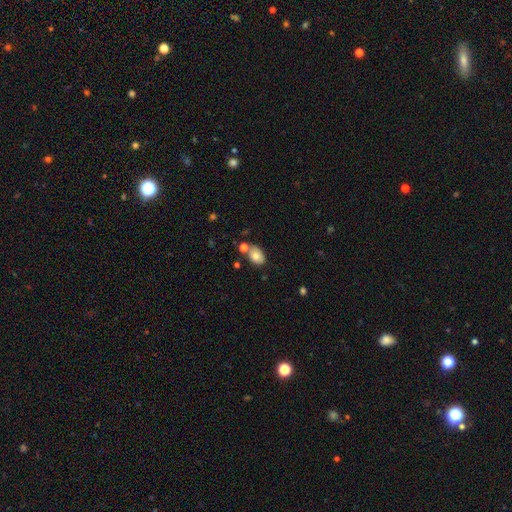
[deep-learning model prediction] Smooth or featured?
  - smooth: 77% *
  - featured or disk: 15%
  - star or artifact: 9%
How rounded?
  - in between: 79% *
  - round: 19%
  - cigar-shaped: 1%
Merging?
  - none: 63% *
  - merger: 19%
  - minor disturbance: 14%
  - major disturbance: 4%